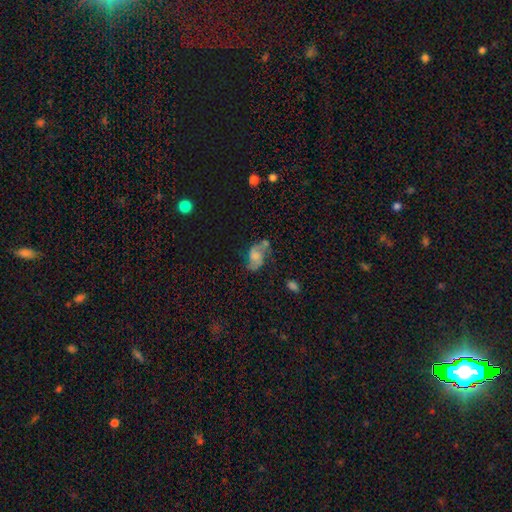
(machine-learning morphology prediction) Overall: featured or disk (59%; smooth 29%). Edge-on disk: no (97%). Bar: no (61%; weak 32%). Spiral arms: yes (84%). Bulge size: none (37%; moderate 23%). Merging: none (46%; minor disturbance 25%).